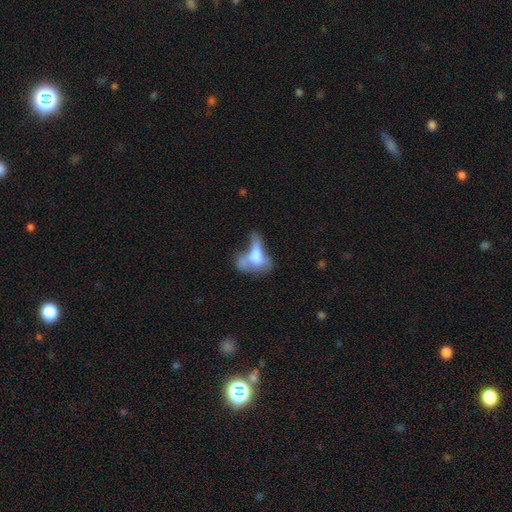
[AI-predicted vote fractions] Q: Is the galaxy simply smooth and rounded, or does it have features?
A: smooth — 50%.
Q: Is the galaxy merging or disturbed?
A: major disturbance — 38%.